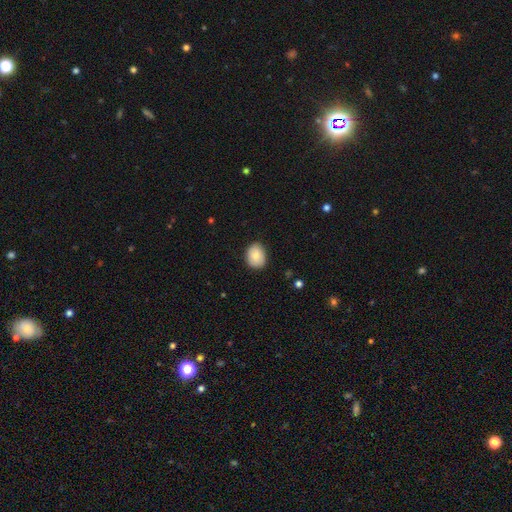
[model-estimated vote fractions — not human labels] Smooth or featured?
  - smooth: 87% *
  - star or artifact: 7%
  - featured or disk: 6%
How rounded?
  - in between: 58% *
  - round: 41%
  - cigar-shaped: 1%
Merging?
  - none: 84% *
  - minor disturbance: 13%
  - major disturbance: 2%
  - merger: 1%